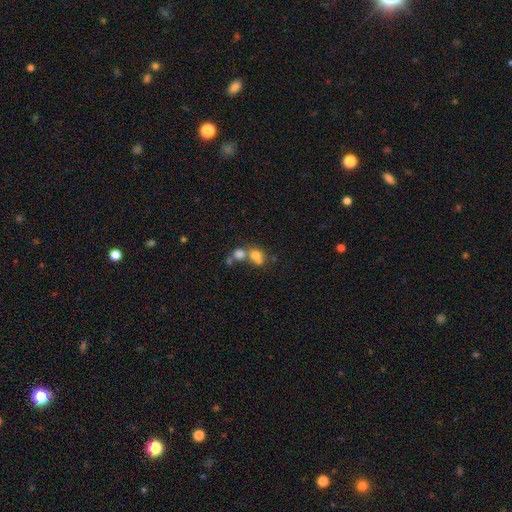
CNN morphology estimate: Smooth or featured: smooth — 70% (featured or disk — 16%)
How rounded: round — 73% (in between — 26%)
Merging: merger — 55% (none — 33%)